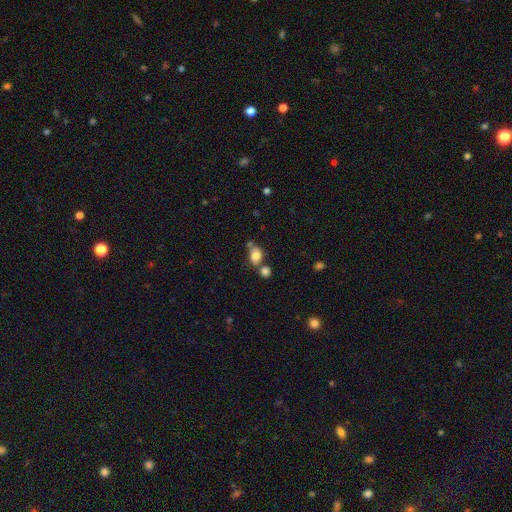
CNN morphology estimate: This is likely a smooth galaxy (79%). How rounded: possibly in between (60%). Merging: marginally none (41%).